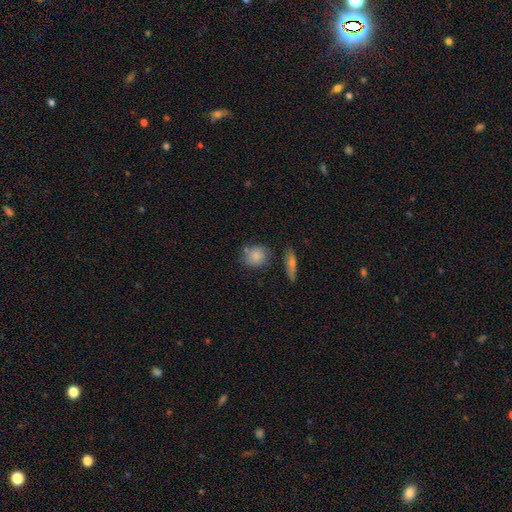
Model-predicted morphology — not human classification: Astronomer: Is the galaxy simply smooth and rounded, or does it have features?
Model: smooth — 82%.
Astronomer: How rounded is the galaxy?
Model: round — 75%.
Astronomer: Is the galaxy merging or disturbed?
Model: none — 66%.